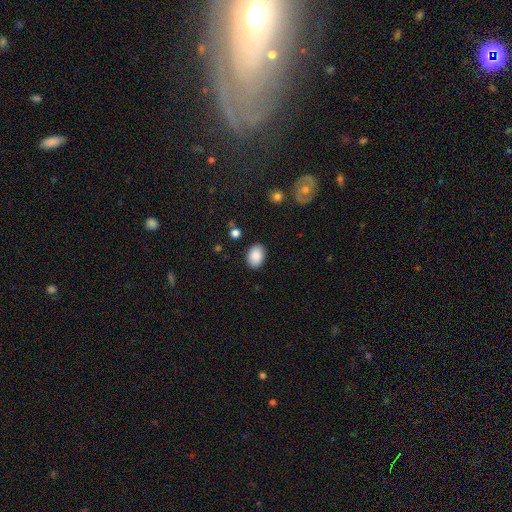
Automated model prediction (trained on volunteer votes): smooth_or_featured: smooth (p=0.89) [alt: star or artifact p=0.07]
how_rounded: in between (p=0.78) [alt: round p=0.21]
merging: none (p=0.87) [alt: minor disturbance p=0.09]